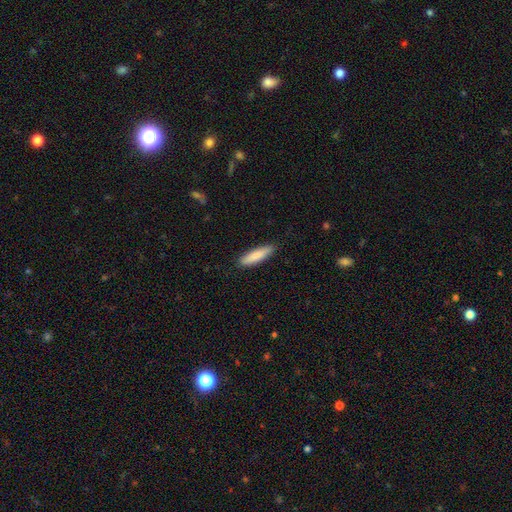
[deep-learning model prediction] Smooth or featured? smooth (81%)
How rounded? cigar-shaped (73%)
Merging? none (86%)